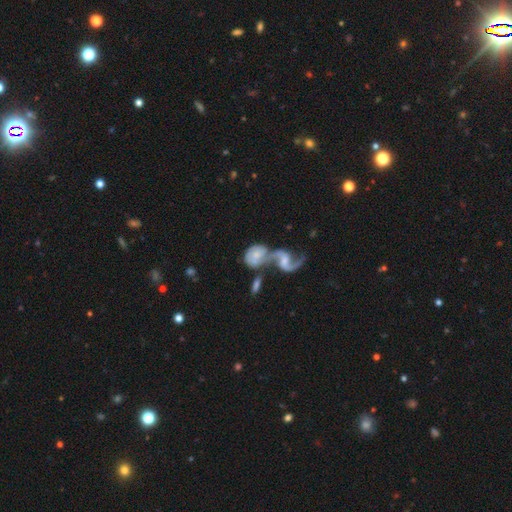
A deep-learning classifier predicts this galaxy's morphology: Smooth or featured? Predicted: featured or disk (p=0.64). Edge-on disk? Predicted: no (p=0.95). Bar? Predicted: no (p=0.50). Spiral arms? Predicted: yes (p=0.82). Bulge size? Predicted: small (p=0.38). Merging? Predicted: merger (p=0.72).